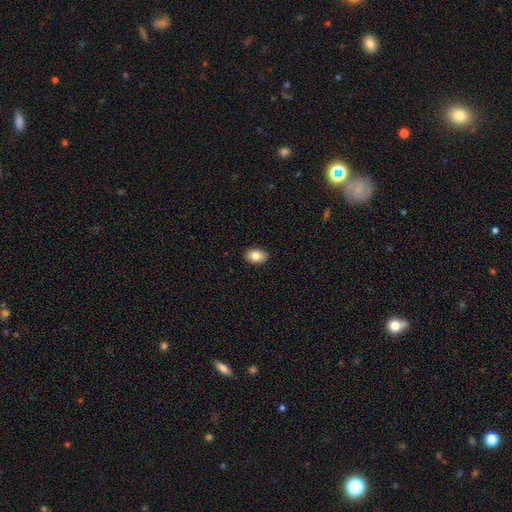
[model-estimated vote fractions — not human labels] Morphology: type=smooth (84%); roundness=in between (86%); merging=none (89%).